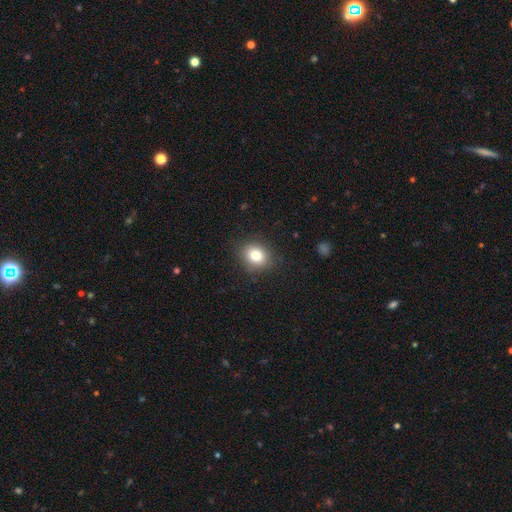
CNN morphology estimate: Smooth or featured?
  - smooth: 82% *
  - star or artifact: 10%
  - featured or disk: 8%
How rounded?
  - round: 54% *
  - in between: 45%
  - cigar-shaped: 1%
Merging?
  - none: 86% *
  - minor disturbance: 10%
  - major disturbance: 3%
  - merger: 1%